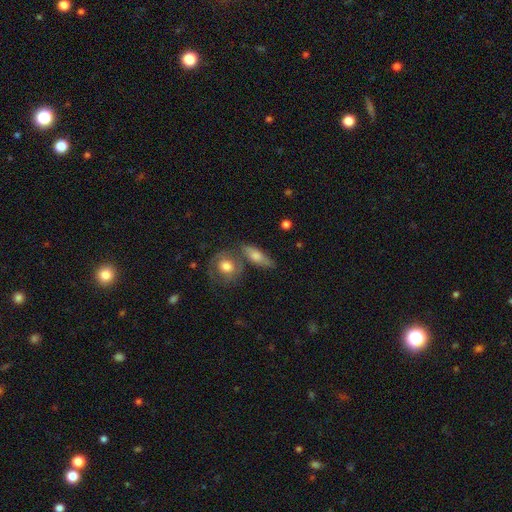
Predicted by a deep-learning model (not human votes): This is likely a smooth galaxy (65%). How rounded: possibly in between (59%). Merging: possibly none (57%).